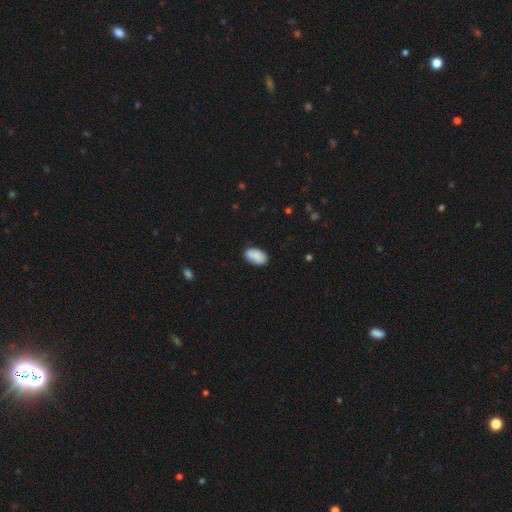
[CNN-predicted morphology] Smooth or featured? smooth (85%)
How rounded? in between (93%)
Merging? none (73%)